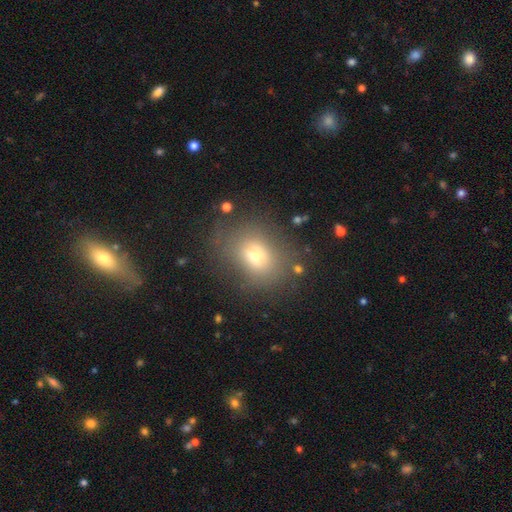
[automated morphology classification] smooth-or-featured: smooth: 67% | featured or disk: 17% | star or artifact: 16%
  how-rounded: round: 49% (tied) | in between: 49% (tied) | cigar-shaped: 1%
  merging: none: 73% | minor disturbance: 15% | major disturbance: 9% | merger: 3%